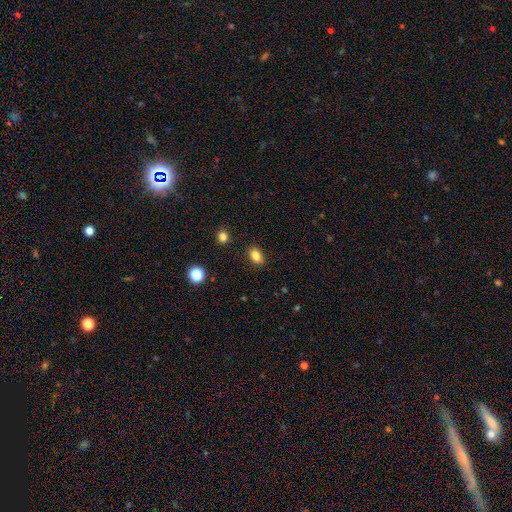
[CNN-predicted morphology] smooth_or_featured: smooth (p=0.83) [alt: star or artifact p=0.11]
how_rounded: in between (p=0.77) [alt: round p=0.22]
merging: none (p=0.86) [alt: minor disturbance p=0.11]